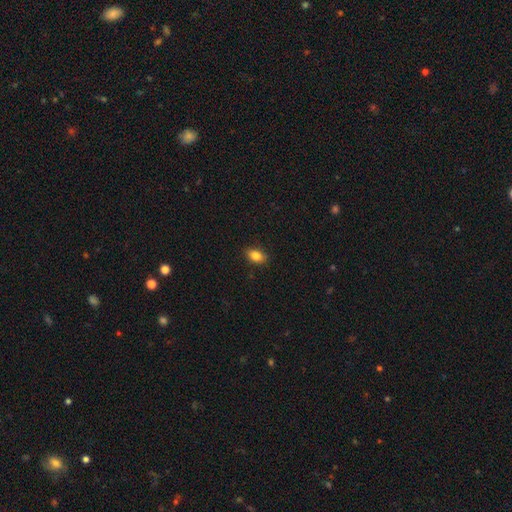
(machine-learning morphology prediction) type=smooth (84%); roundness=in between (86%); merging=none (88%).